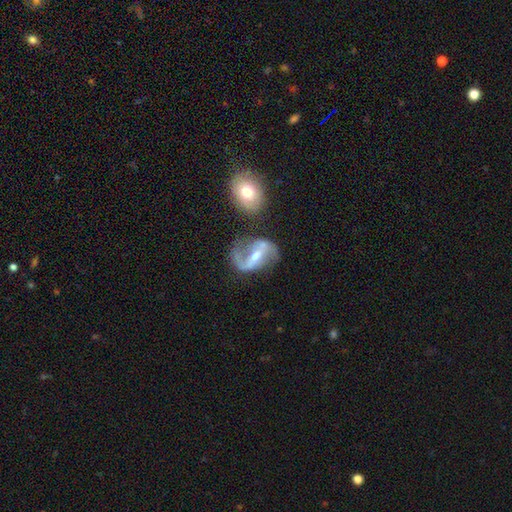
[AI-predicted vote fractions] Smooth or featured: featured or disk — 84% (smooth — 10%)
Edge-on disk: no — 97% (yes — 3%)
Bar: strong — 53% (weak — 33%)
Spiral arms: yes — 90% (no — 10%)
Spiral winding: loose — 55% (medium — 36%)
Spiral arm count: 2 — 84% (1 — 10%)
Bulge size: moderate — 54% (small — 38%)
Merging: none — 52% (minor disturbance — 17%)